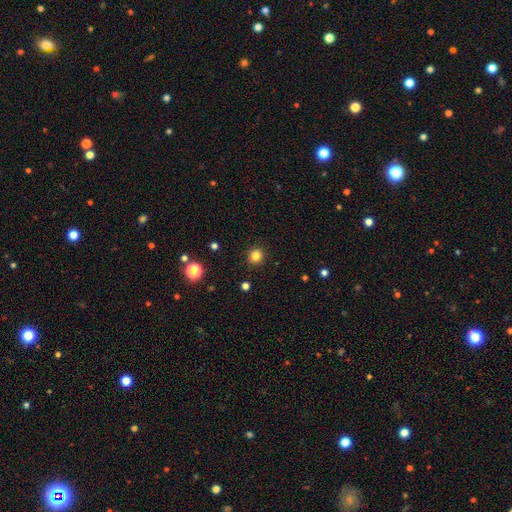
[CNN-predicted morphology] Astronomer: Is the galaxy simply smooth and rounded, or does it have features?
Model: smooth — 83%.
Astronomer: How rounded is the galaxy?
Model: round — 90%.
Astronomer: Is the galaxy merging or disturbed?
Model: none — 92%.